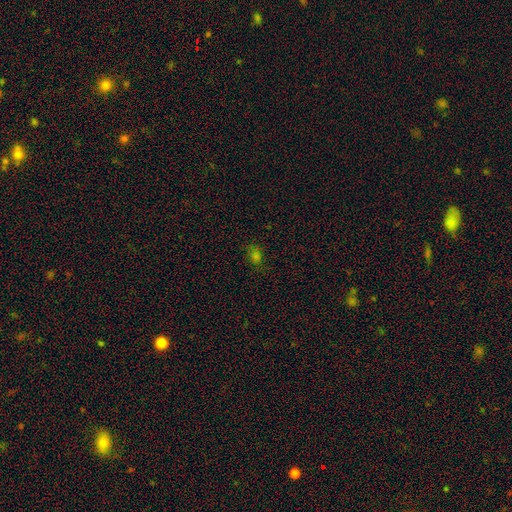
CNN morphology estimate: smooth-or-featured: smooth: 56% | star or artifact: 35% | featured or disk: 9%
  how-rounded: in between: 61% | round: 36% | cigar-shaped: 2%
  merging: none: 73% | minor disturbance: 17% | major disturbance: 7% | merger: 3%